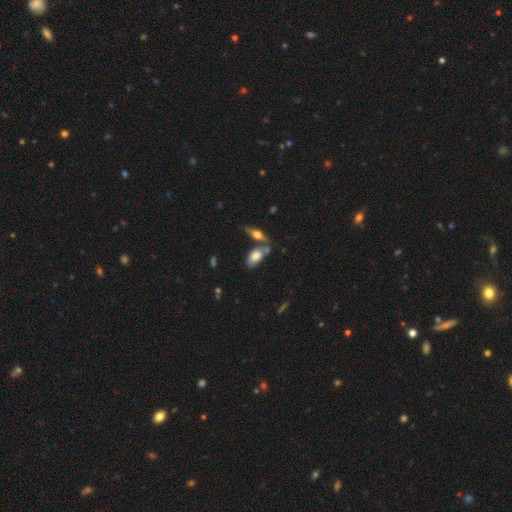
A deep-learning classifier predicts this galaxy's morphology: Overall: smooth (72%). How rounded: in between (89%). Merging: none (54%; merger 29%).